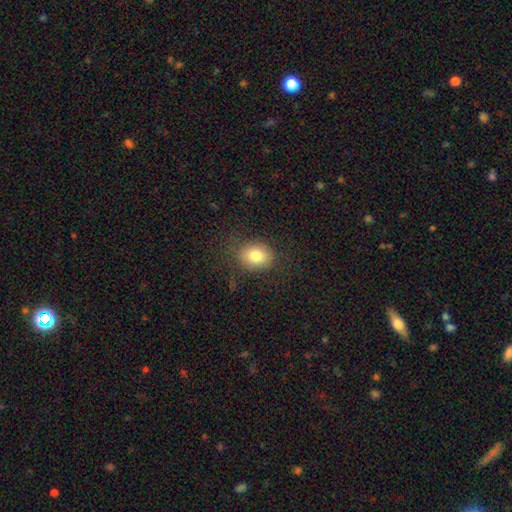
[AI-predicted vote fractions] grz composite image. It shows a smooth galaxy with no disk features (80%) that is round (52%). Merging: none (80%).